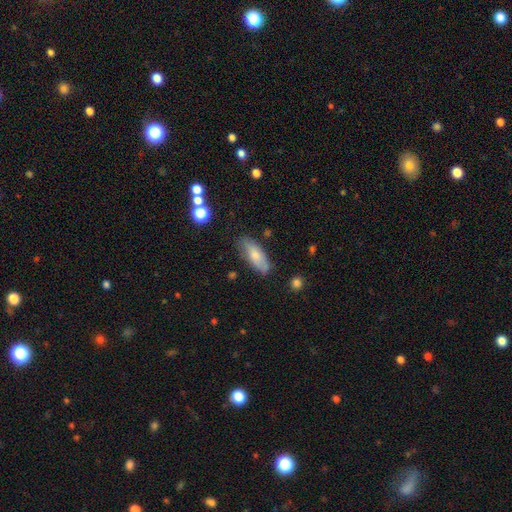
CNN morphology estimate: A smooth galaxy with no disk features (73%) that is in between round and cigar-shaped (73%).

Vote fractions:
- Smooth or featured? smooth: 73% / featured or disk: 21% / star or artifact: 7%
- How rounded? in between: 73% / cigar-shaped: 24% / round: 2%
- Merging? none: 75% / minor disturbance: 18% / major disturbance: 4% / merger: 2%